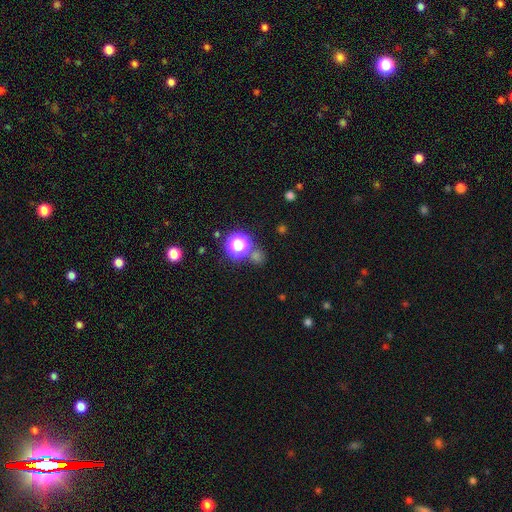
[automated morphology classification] Q: Smooth or featured?
A: star or artifact (55%); runner-up: smooth (38%)